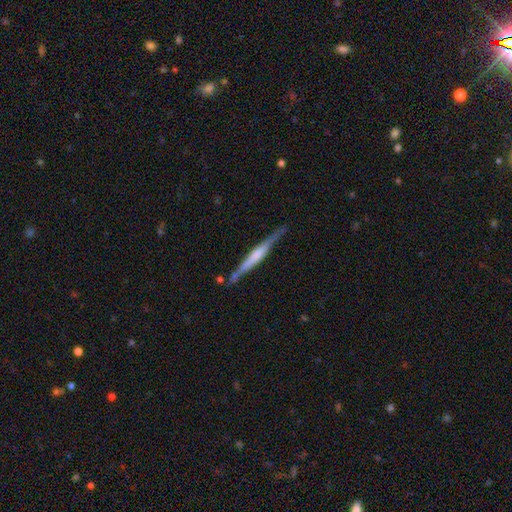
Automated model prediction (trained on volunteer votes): Overall: featured or disk (63%; smooth 32%). Edge-on disk: yes (97%). Edge-on bulge: rounded (33%, tied with boxy and none). Merging: none (79%).